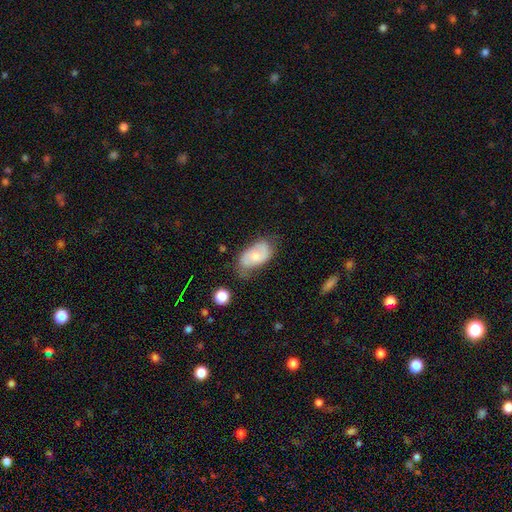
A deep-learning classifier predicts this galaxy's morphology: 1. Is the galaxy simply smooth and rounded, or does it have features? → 54% smooth, 39% featured or disk, 7% star or artifact.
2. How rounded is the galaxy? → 93% in between, 5% round, 2% cigar-shaped.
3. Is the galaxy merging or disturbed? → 50% none, 34% minor disturbance, 12% major disturbance, 4% merger.